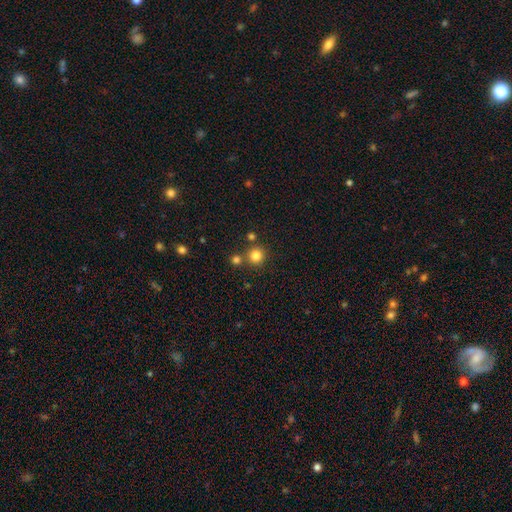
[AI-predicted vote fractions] Smooth or featured?
  - smooth: 82% *
  - star or artifact: 13%
  - featured or disk: 5%
How rounded?
  - round: 94% *
  - in between: 5%
  - cigar-shaped: 1%
Merging?
  - none: 77% *
  - merger: 13%
  - minor disturbance: 7%
  - major disturbance: 3%